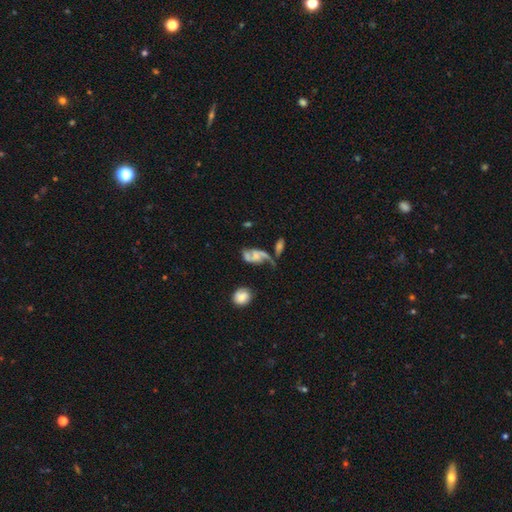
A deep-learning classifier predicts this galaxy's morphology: Smooth or featured? Predicted: featured or disk (p=0.74). Edge-on disk? Predicted: no (p=0.96). Bar? Predicted: no (p=0.57). Spiral arms? Predicted: yes (p=0.88). Spiral winding? Predicted: loose (p=0.65). Spiral arm count? Predicted: 2 (p=0.84). Bulge size? Predicted: small (p=0.43). Merging? Predicted: none (p=0.34).